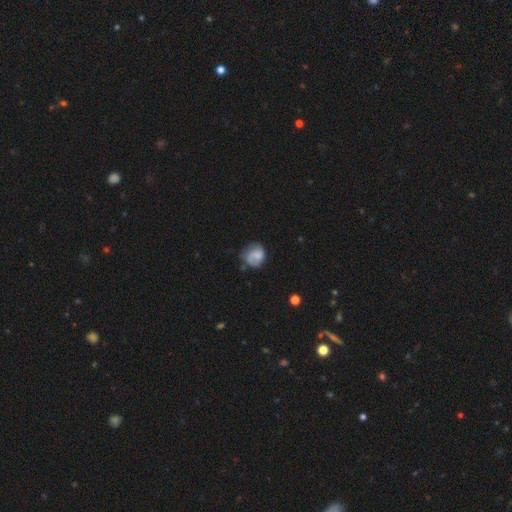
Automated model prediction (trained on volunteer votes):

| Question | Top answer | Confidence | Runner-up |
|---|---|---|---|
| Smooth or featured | smooth | 58% | featured or disk (34%) |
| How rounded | round | 71% | in between (28%) |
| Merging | none | 55% | minor disturbance (29%) |